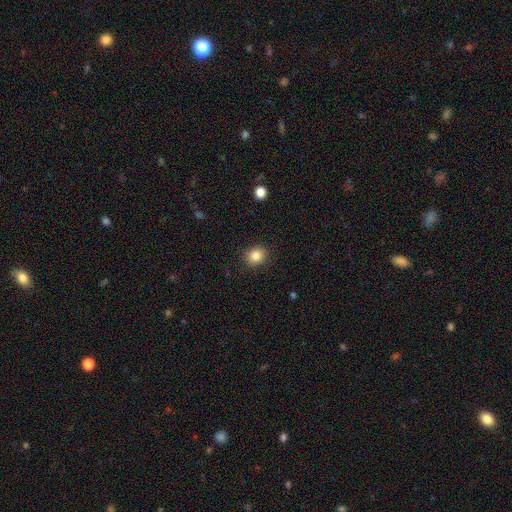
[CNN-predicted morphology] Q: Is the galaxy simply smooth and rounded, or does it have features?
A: smooth — 85%.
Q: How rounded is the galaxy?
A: round — 69%.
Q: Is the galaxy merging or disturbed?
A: none — 89%.